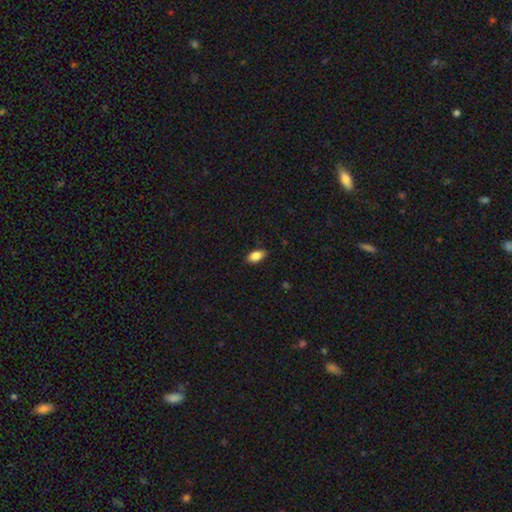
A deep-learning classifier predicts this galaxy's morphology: Q: Smooth or featured?
A: smooth (84%); runner-up: featured or disk (8%)
Q: How rounded?
A: in between (91%); runner-up: cigar-shaped (5%)
Q: Merging?
A: none (86%); runner-up: minor disturbance (11%)